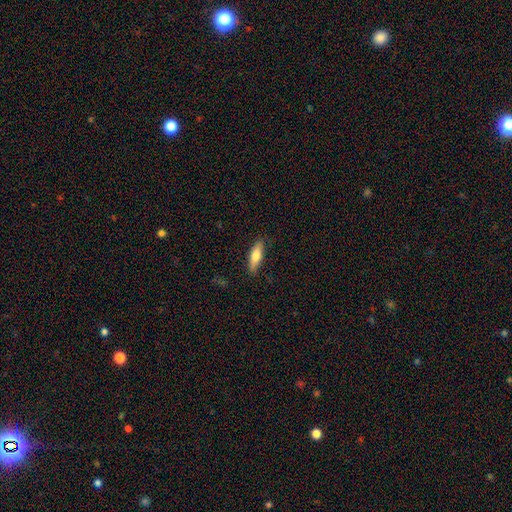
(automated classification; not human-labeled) Q: Smooth or featured?
A: smooth (70%); runner-up: featured or disk (24%)
Q: How rounded?
A: in between (49%); runner-up: cigar-shaped (48%)
Q: Merging?
A: none (86%); runner-up: minor disturbance (11%)